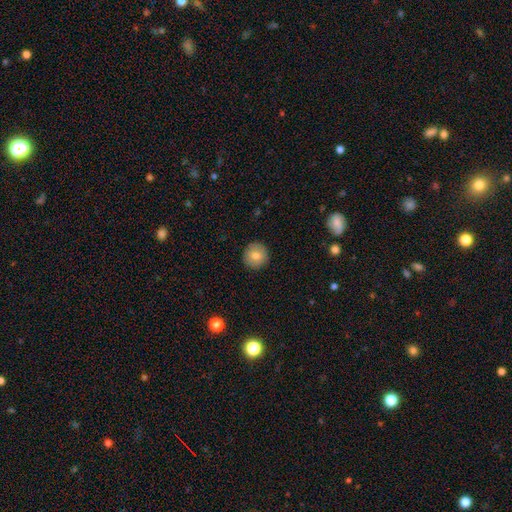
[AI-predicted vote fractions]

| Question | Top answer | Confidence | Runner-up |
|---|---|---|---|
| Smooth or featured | smooth | 77% | featured or disk (14%) |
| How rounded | round | 95% | in between (4%) |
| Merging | none | 92% | minor disturbance (6%) |